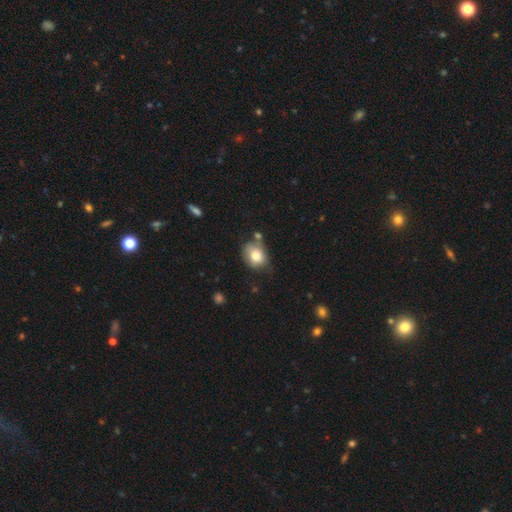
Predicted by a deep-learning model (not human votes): Overall: smooth (80%). How rounded: in between (61%; round 38%). Merging: none (55%; minor disturbance 28%).